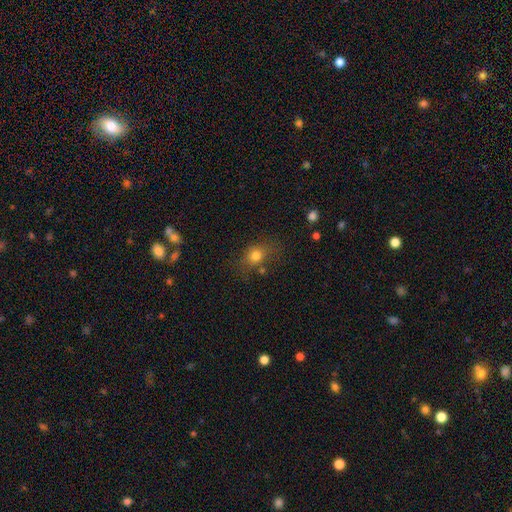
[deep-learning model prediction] Morphology: type=smooth (76%); roundness=round (51%); merging=none (62%).